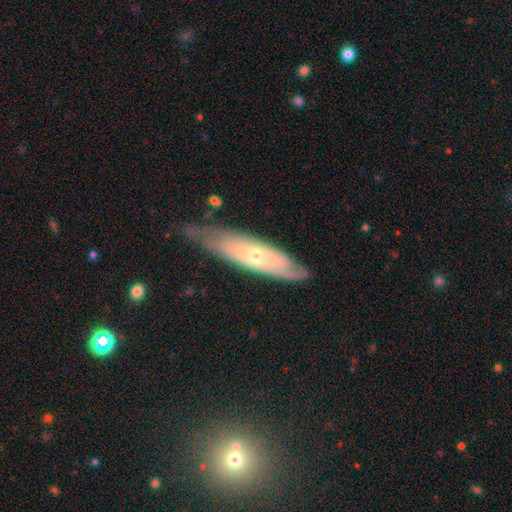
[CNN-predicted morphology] Smooth or featured? featured or disk (61%)
Edge-on disk? no (62%)
Merging? none (67%)